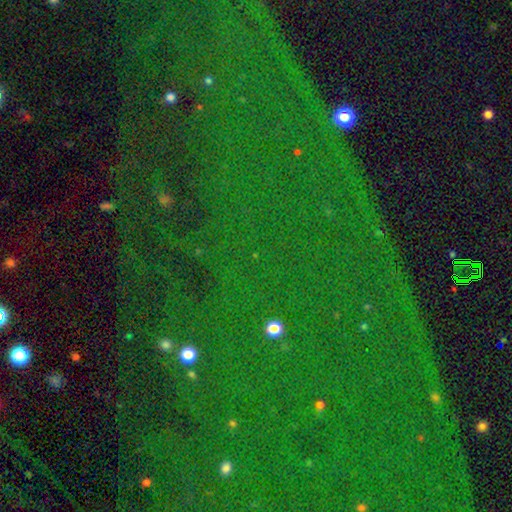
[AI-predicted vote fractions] A star or artifact, not a galaxy (82%).

Vote fractions:
- Smooth or featured? star or artifact: 82% / smooth: 11% / featured or disk: 7%